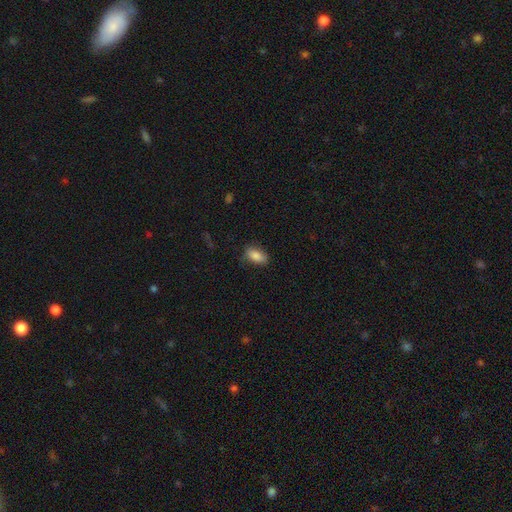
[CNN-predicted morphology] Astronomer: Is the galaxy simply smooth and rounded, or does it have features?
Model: smooth — 85%.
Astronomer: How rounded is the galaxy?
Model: in between — 90%.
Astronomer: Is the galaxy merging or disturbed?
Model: none — 76%.